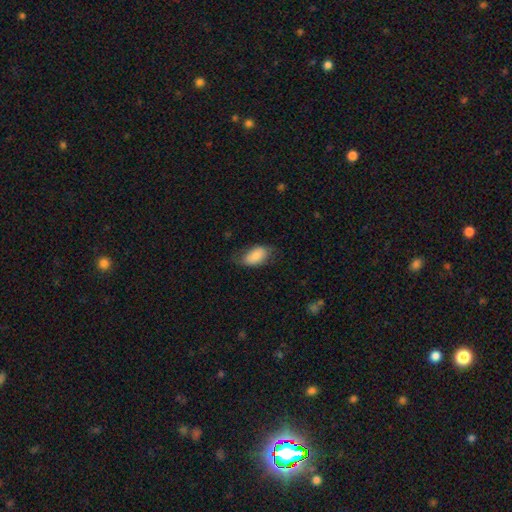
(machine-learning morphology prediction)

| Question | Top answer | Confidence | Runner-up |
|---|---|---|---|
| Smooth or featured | smooth | 79% | featured or disk (14%) |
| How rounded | in between | 92% | round (5%) |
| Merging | none | 59% | minor disturbance (28%) |